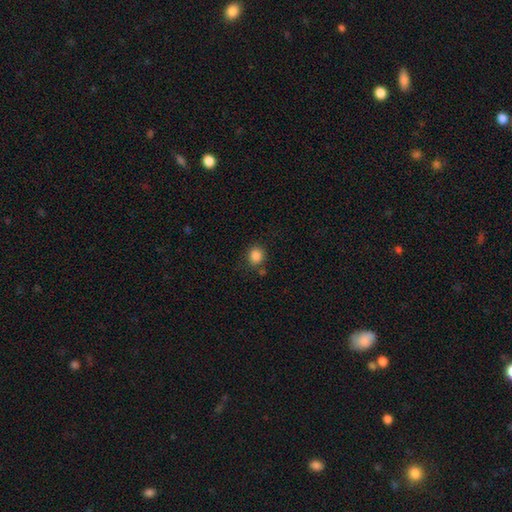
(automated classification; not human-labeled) Smooth or featured: smooth — 86% (star or artifact — 11%)
How rounded: round — 81% (in between — 18%)
Merging: none — 77% (minor disturbance — 12%)